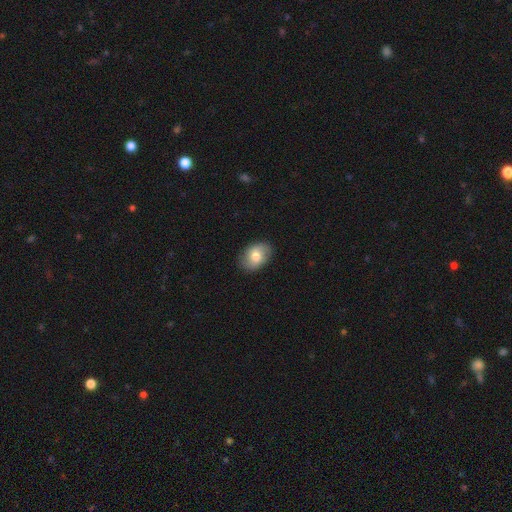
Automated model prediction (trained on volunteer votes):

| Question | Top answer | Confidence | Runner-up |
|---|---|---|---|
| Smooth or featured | smooth | 73% | featured or disk (20%) |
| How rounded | in between | 84% | round (15%) |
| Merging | none | 84% | minor disturbance (12%) |